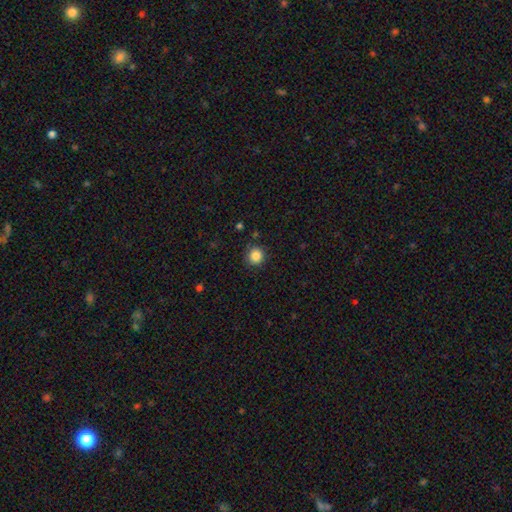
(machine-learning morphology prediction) A smooth galaxy with no disk features (85%) that is round (92%). Merging: none (88%).